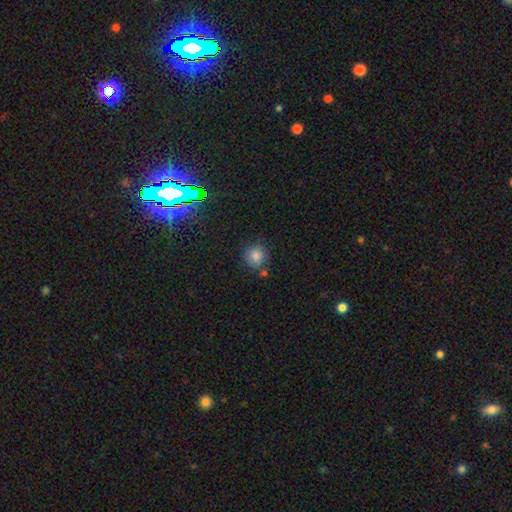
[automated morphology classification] Smooth or featured? smooth (83%)
How rounded? round (90%)
Merging? none (74%)